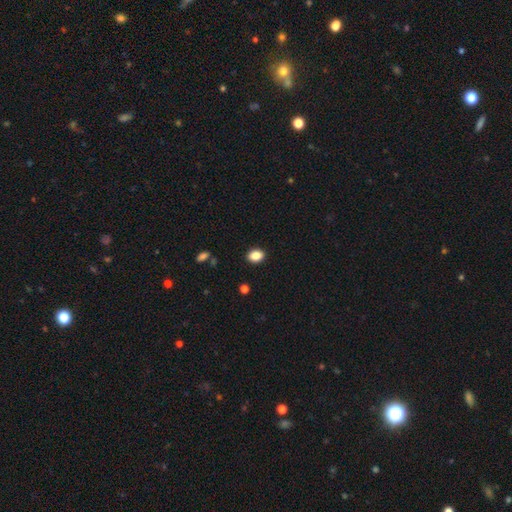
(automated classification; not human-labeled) Smooth or featured? Predicted: smooth (p=0.87). How rounded? Predicted: in between (p=0.72). Merging? Predicted: none (p=0.90).